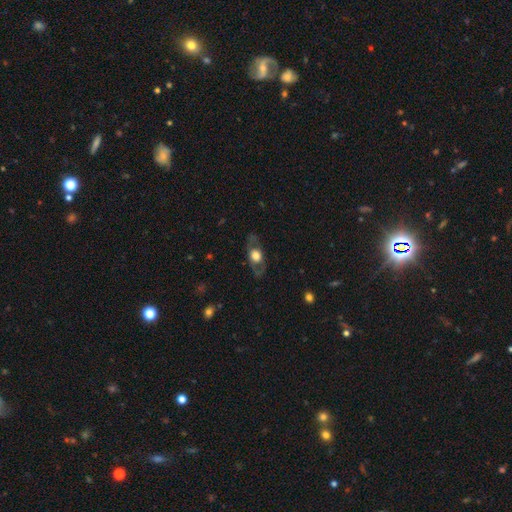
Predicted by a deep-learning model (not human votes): smooth-or-featured: featured or disk: 52% | smooth: 41% | star or artifact: 7%
  disk-edge-on: no: 65% | yes: 35%
  merging: none: 75% | minor disturbance: 15% | major disturbance: 9% | merger: 1%